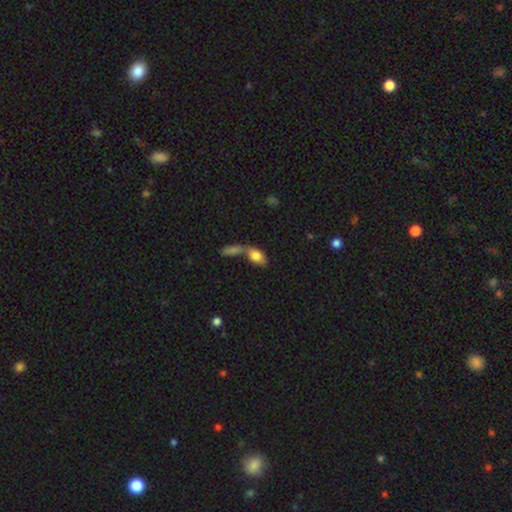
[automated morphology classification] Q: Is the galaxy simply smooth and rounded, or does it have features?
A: smooth — 78%.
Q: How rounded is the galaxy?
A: in between — 87%.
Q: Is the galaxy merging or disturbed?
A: merger — 60%.